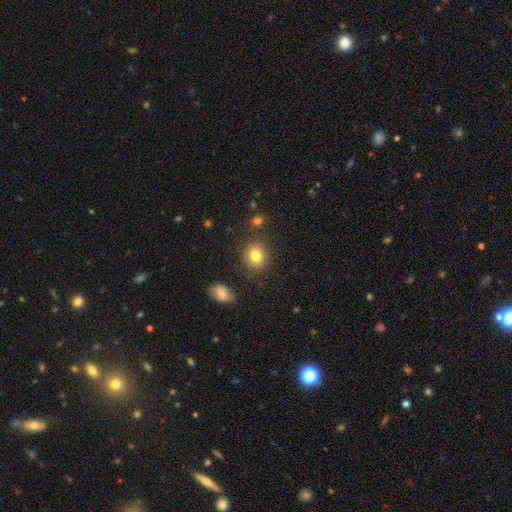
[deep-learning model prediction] smooth 82%, star or artifact 11%, featured or disk 8%. Down the decision tree: how rounded — round (72%); merging — none (85%).